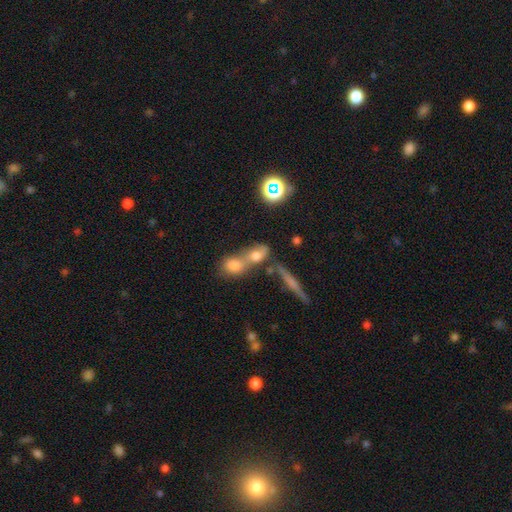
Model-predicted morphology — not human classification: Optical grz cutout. It shows a smooth galaxy with no disk features (59%) that is in between round and cigar-shaped (50%). Merging: merger (60%).